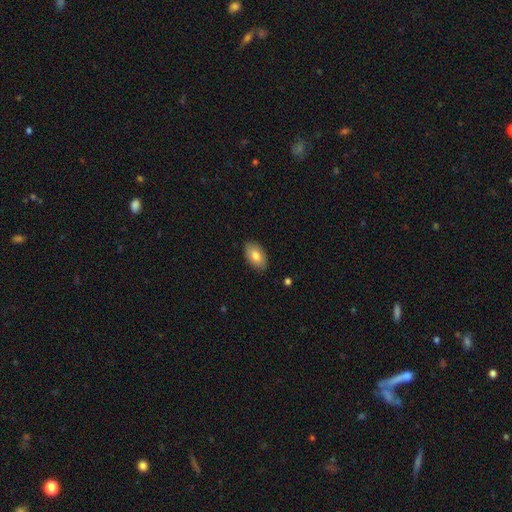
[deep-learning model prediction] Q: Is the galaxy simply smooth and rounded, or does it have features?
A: smooth — 79%.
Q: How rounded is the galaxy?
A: in between — 93%.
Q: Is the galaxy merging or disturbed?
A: none — 88%.